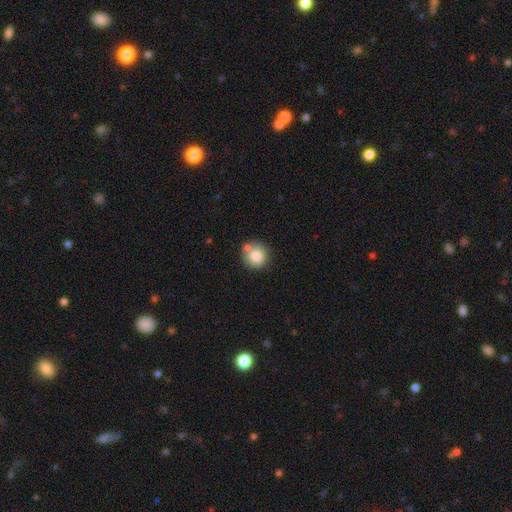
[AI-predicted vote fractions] smooth 81%, featured or disk 10%, star or artifact 9%. Down the decision tree: how rounded — round (92%); merging — none (66%).